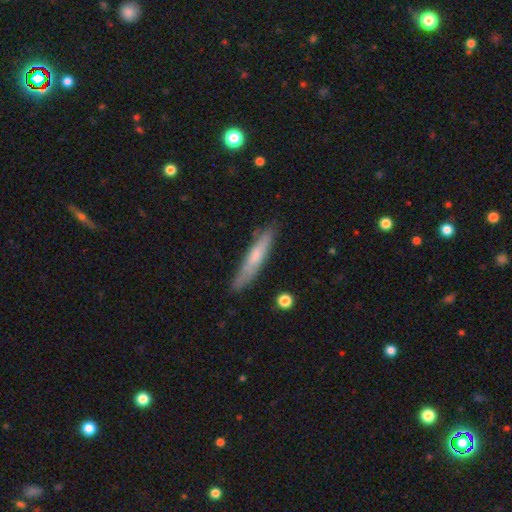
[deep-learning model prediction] smooth 60%, featured or disk 34%, star or artifact 6%. Down the decision tree: how rounded — cigar-shaped (90%); merging — none (81%).